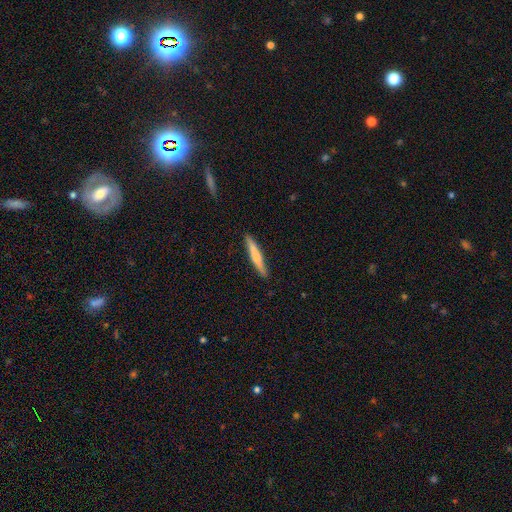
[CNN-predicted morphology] A smooth galaxy with no disk features (58%) that is cigar-shaped (94%). Merging: none (90%).